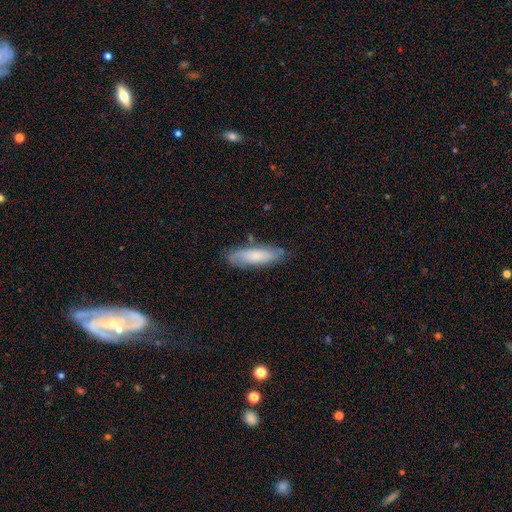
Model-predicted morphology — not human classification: A smooth galaxy with no disk features (62%) that is cigar-shaped (55%).

Vote fractions:
- Smooth or featured? smooth: 62% / featured or disk: 31% / star or artifact: 7%
- How rounded? cigar-shaped: 55% / in between: 43% / round: 2%
- Merging? none: 76% / minor disturbance: 18% / major disturbance: 4% / merger: 2%